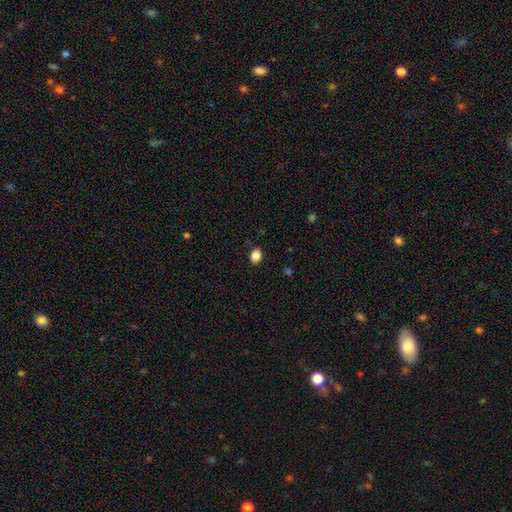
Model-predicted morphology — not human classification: smooth_or_featured: smooth (p=0.86) [alt: star or artifact p=0.10]
how_rounded: in between (p=0.70) [alt: round p=0.28]
merging: none (p=0.87) [alt: minor disturbance p=0.09]